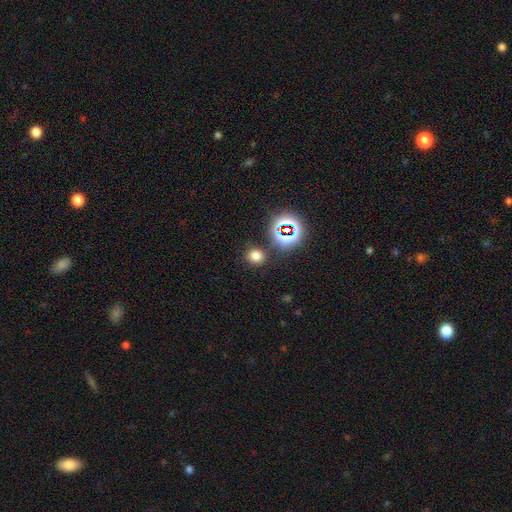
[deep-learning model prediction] This is likely a smooth galaxy (69%). How rounded: clearly round (81%). Merging: clearly none (83%).